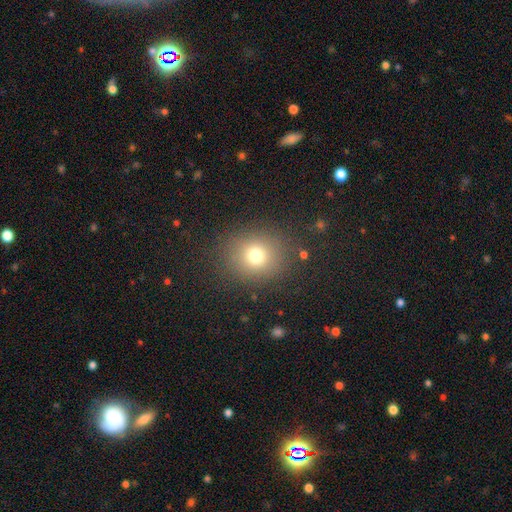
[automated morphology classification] Smooth or featured: smooth — 73% (star or artifact — 17%)
How rounded: round — 80% (in between — 19%)
Merging: none — 85% (minor disturbance — 9%)